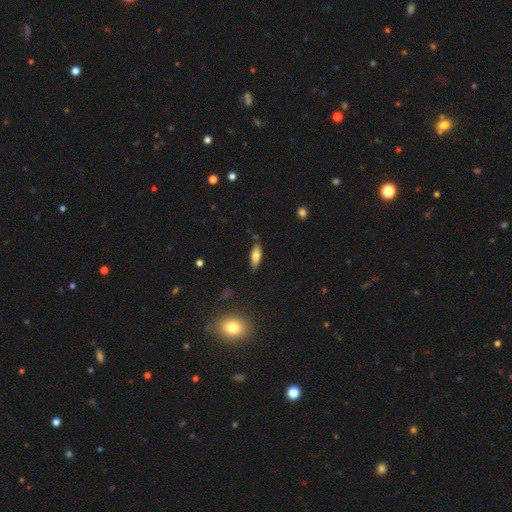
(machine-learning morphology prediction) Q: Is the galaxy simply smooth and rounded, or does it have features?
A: smooth — 71%.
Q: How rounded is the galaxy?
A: in between — 62%.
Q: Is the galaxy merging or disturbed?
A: none — 81%.